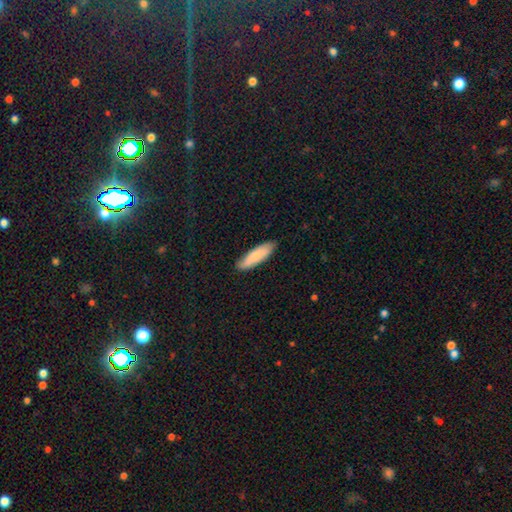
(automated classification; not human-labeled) smooth_or_featured: smooth (p=0.80) [alt: featured or disk p=0.14]
how_rounded: cigar-shaped (p=0.62) [alt: in between p=0.37]
merging: none (p=0.85) [alt: minor disturbance p=0.12]